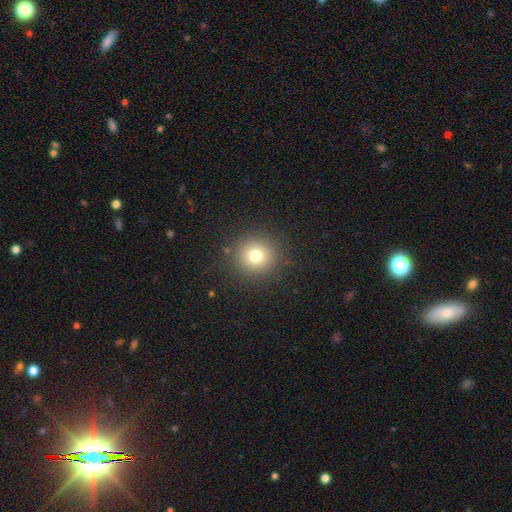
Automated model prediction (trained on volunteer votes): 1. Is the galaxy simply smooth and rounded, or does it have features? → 75% smooth, 15% star or artifact, 10% featured or disk.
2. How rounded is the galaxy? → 93% round, 6% in between, 1% cigar-shaped.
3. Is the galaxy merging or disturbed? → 89% none, 6% minor disturbance, 3% major disturbance, 1% merger.